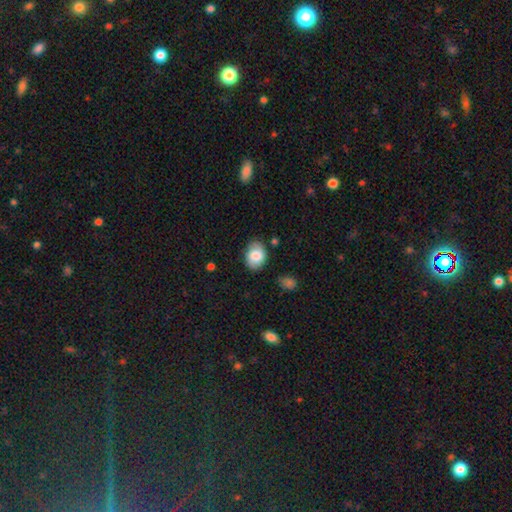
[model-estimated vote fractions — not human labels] Smooth or featured? smooth (80%)
How rounded? in between (72%)
Merging? none (78%)